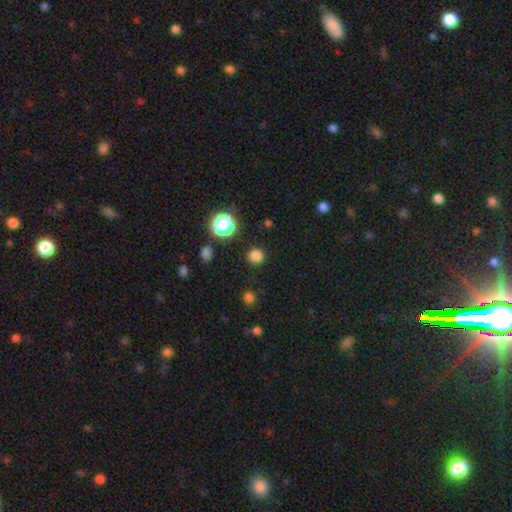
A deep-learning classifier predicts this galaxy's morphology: This is likely a smooth galaxy (80%). How rounded: clearly round (94%). Merging: clearly none (90%).